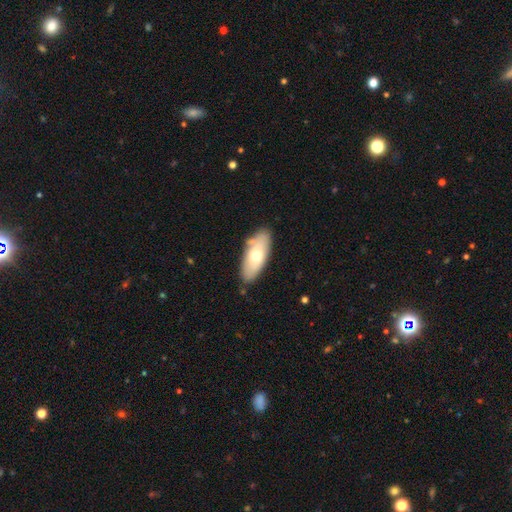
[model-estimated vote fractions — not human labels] Smooth or featured? Predicted: smooth (p=0.64). How rounded? Predicted: in between (p=0.81). Merging? Predicted: none (p=0.77).